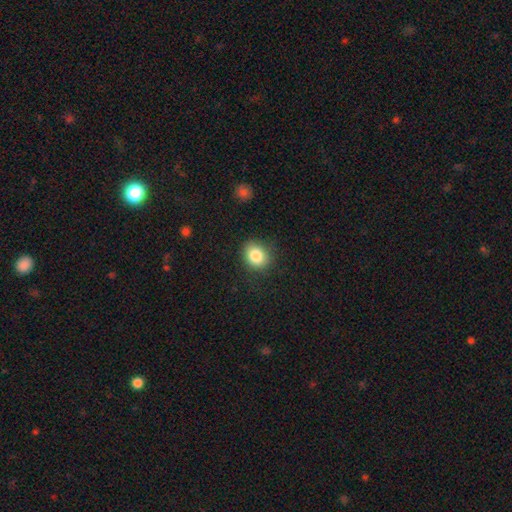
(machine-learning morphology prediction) Q: Smooth or featured?
A: smooth (84%); runner-up: star or artifact (9%)
Q: How rounded?
A: round (54%); runner-up: in between (45%)
Q: Merging?
A: none (83%); runner-up: minor disturbance (12%)